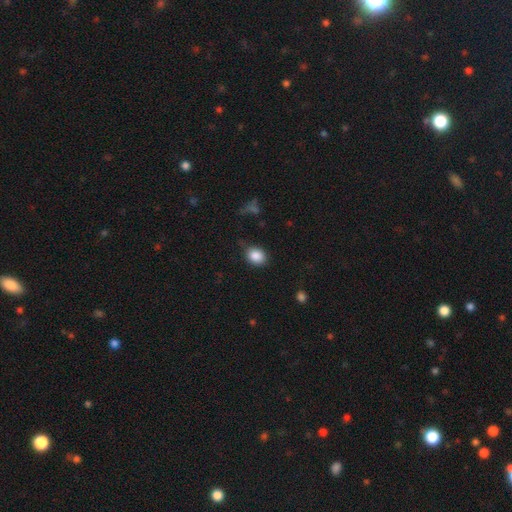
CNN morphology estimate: smooth-or-featured: smooth: 87% | star or artifact: 9% | featured or disk: 4%
  how-rounded: round: 56% | in between: 43% | cigar-shaped: 1%
  merging: none: 79% | minor disturbance: 15% | major disturbance: 4% | merger: 2%